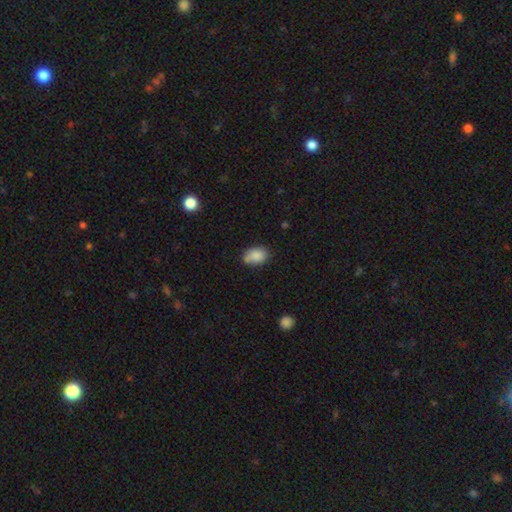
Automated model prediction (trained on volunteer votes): smooth-or-featured: smooth: 85% | star or artifact: 9% | featured or disk: 6%
  how-rounded: in between: 78% | round: 21% | cigar-shaped: 1%
  merging: none: 65% | minor disturbance: 22% | merger: 8% | major disturbance: 4%